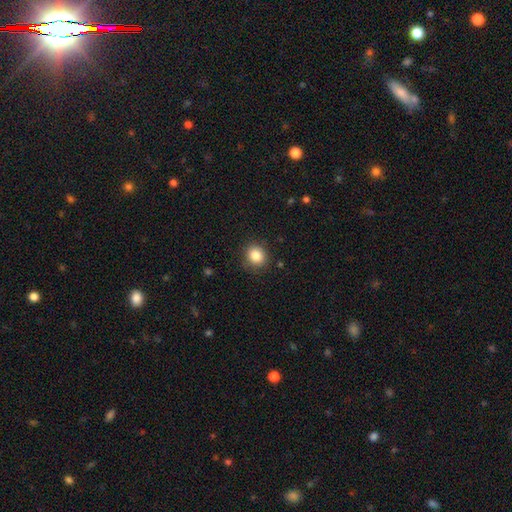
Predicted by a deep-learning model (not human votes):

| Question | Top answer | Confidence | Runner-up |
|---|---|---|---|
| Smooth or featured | smooth | 84% | star or artifact (10%) |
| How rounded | round | 80% | in between (19%) |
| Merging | none | 86% | minor disturbance (10%) |